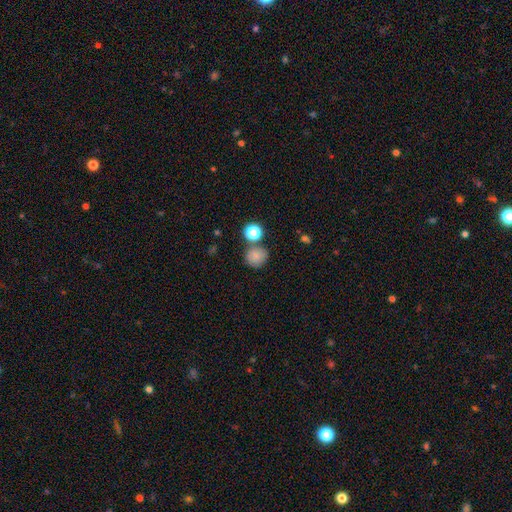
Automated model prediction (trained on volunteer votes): smooth 81%, star or artifact 12%, featured or disk 7%. Down the decision tree: how rounded — round (87%); merging — none (70%).